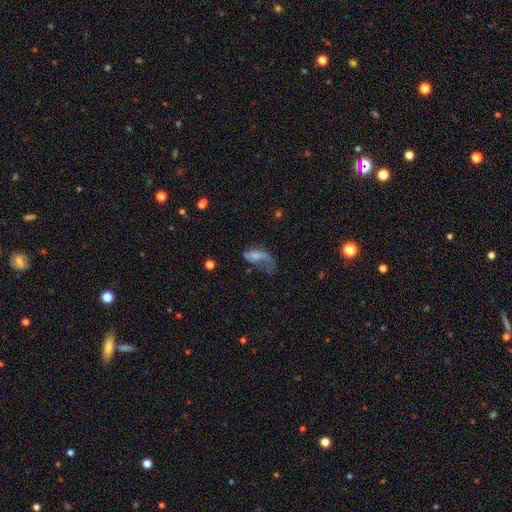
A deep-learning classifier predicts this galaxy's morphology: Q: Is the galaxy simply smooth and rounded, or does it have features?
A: featured or disk — 52%.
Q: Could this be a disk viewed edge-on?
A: no — 94%.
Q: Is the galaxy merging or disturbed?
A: major disturbance — 52%.